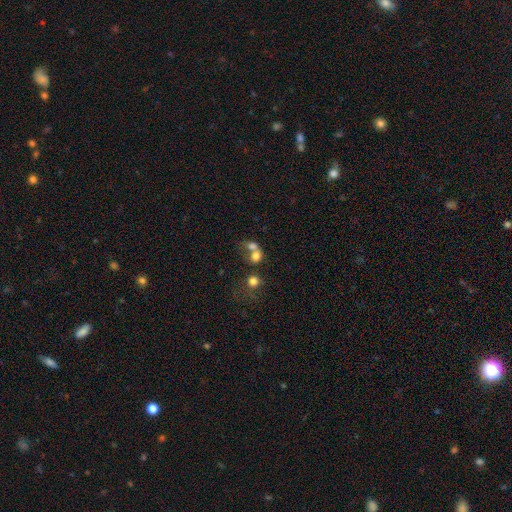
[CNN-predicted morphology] Smooth or featured?
  - smooth: 72% *
  - featured or disk: 16%
  - star or artifact: 13%
How rounded?
  - round: 62% *
  - in between: 37%
  - cigar-shaped: 1%
Merging?
  - merger: 60% *
  - none: 27%
  - minor disturbance: 7%
  - major disturbance: 6%